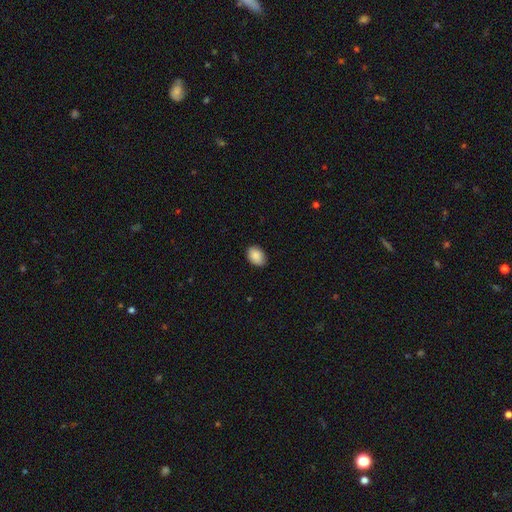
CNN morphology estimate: Smooth or featured?
  - smooth: 89% *
  - star or artifact: 7%
  - featured or disk: 4%
How rounded?
  - in between: 83% *
  - round: 16%
  - cigar-shaped: 1%
Merging?
  - none: 85% *
  - minor disturbance: 12%
  - major disturbance: 2%
  - merger: 1%